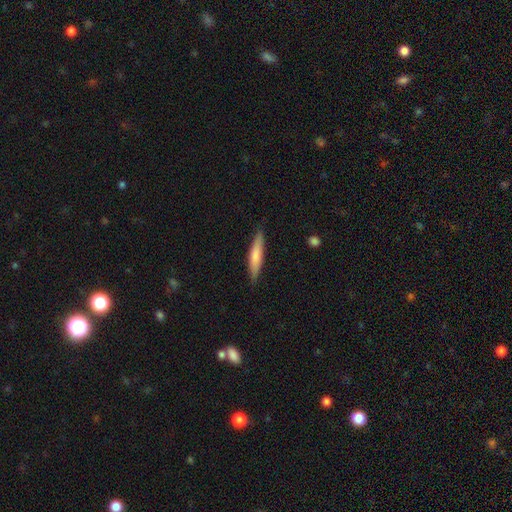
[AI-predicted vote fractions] Morphology: type=smooth (68%); roundness=cigar-shaped (87%); merging=none (87%).